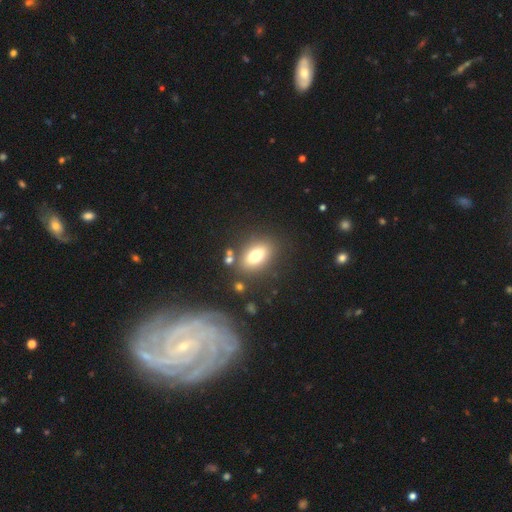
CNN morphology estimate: Smooth or featured? Predicted: smooth (p=0.72). How rounded? Predicted: in between (p=0.82). Merging? Predicted: none (p=0.79).